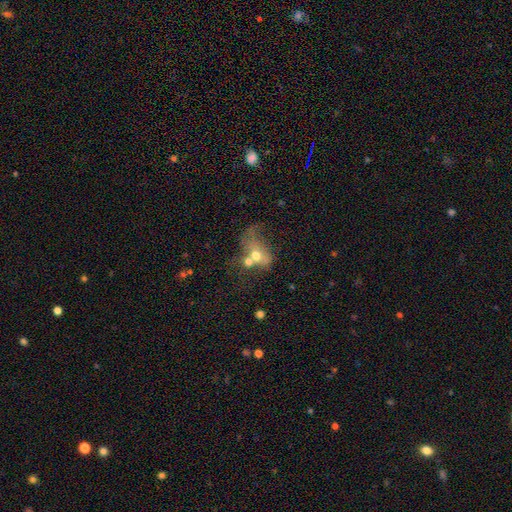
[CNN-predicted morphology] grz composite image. It shows a smooth galaxy with no disk features (55%) that is in between round and cigar-shaped (67%). Merging: merger (56%).